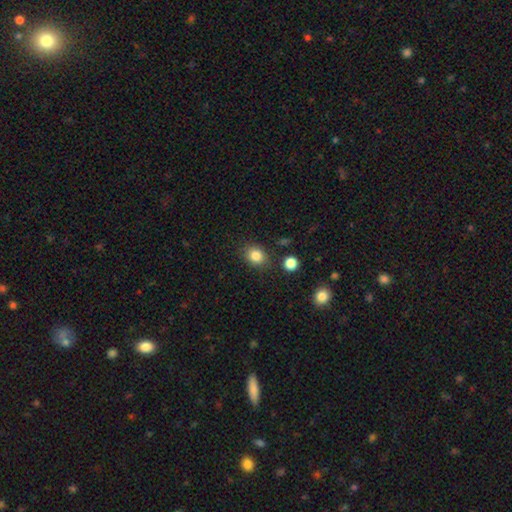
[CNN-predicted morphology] Overall: smooth (84%). How rounded: round (58%; in between 41%). Merging: none (82%).